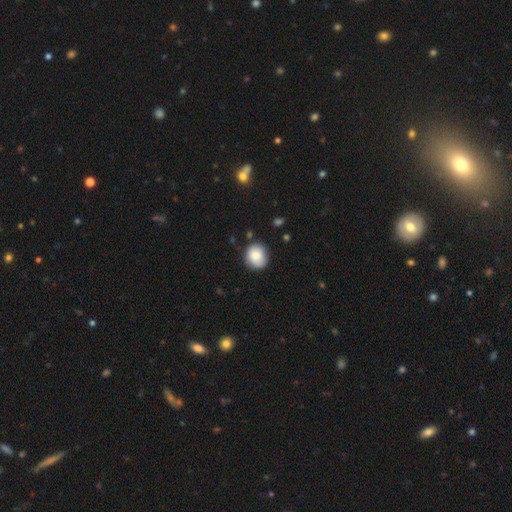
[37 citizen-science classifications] Volunteers were most divided on "merging": none: 71%, minor disturbance: 20%, major disturbance: 9%, merger: 0%. More confident: smooth or featured — smooth (86%); how rounded — round (81%).